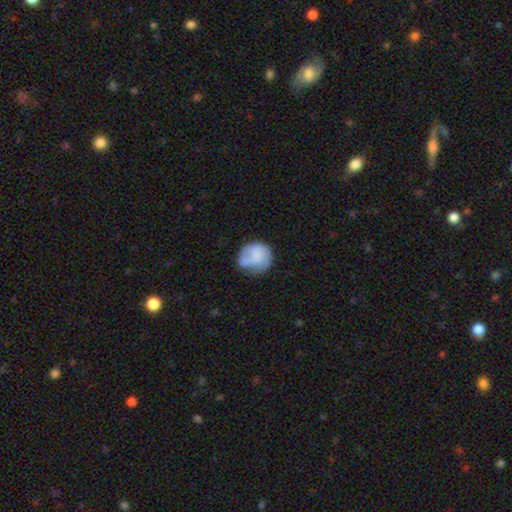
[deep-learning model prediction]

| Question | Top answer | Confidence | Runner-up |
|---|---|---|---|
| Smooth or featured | smooth | 62% | featured or disk (30%) |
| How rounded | round | 77% | in between (22%) |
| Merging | none | 49% | minor disturbance (29%) |